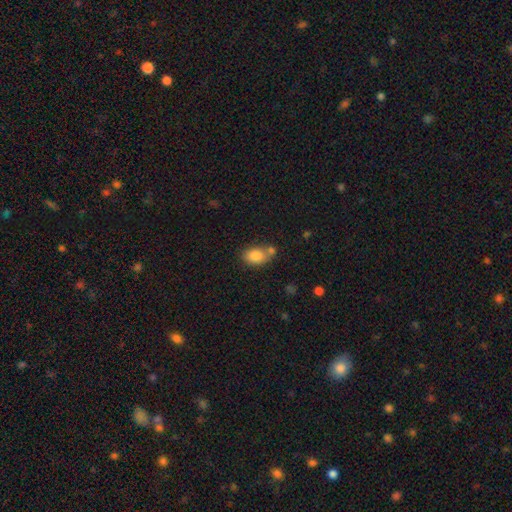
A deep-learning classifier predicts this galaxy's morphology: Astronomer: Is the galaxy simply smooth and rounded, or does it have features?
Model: smooth — 84%.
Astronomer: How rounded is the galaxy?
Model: in between — 80%.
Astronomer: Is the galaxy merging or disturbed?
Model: none — 53%.